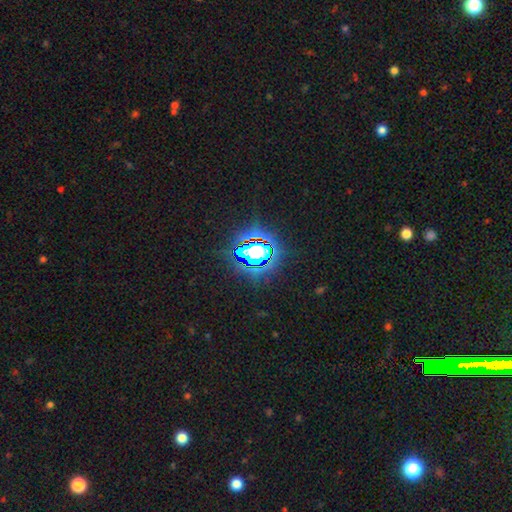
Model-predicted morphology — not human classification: This appears to be a star or artifact, not a galaxy (83%).